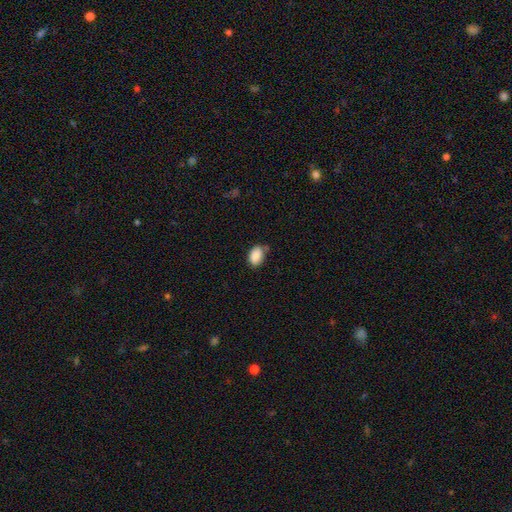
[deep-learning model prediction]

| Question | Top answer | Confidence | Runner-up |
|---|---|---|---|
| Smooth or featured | smooth | 88% | star or artifact (8%) |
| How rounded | in between | 87% | round (11%) |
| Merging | none | 64% | minor disturbance (27%) |